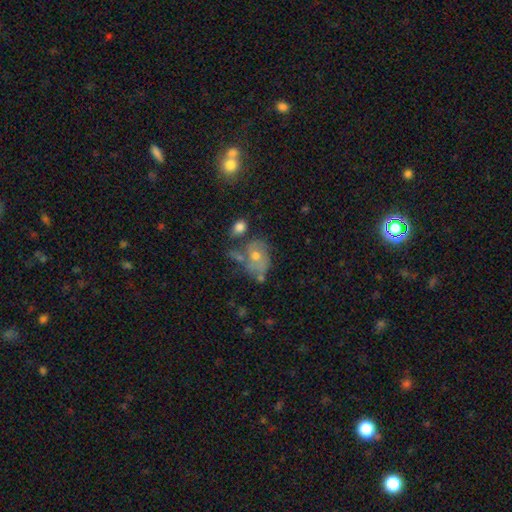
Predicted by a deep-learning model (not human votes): smooth_or_featured: featured or disk (p=0.49) [alt: smooth p=0.31]
merging: none (p=0.46) [alt: minor disturbance p=0.22]